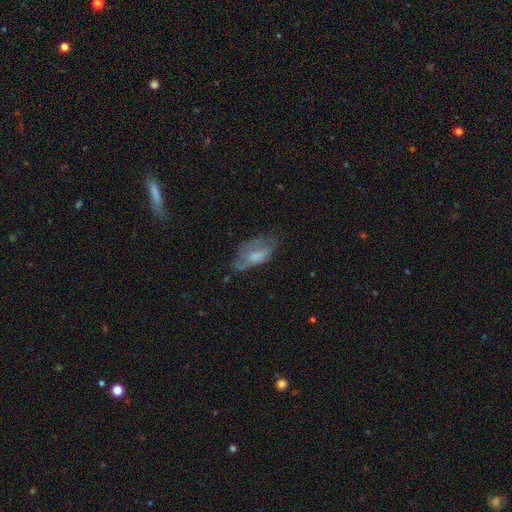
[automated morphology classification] smooth-or-featured: smooth: 56% | featured or disk: 35% | star or artifact: 9%
  how-rounded: in between: 88% | cigar-shaped: 8% | round: 4%
  merging: none: 40% | minor disturbance: 31% | major disturbance: 26% | merger: 3%